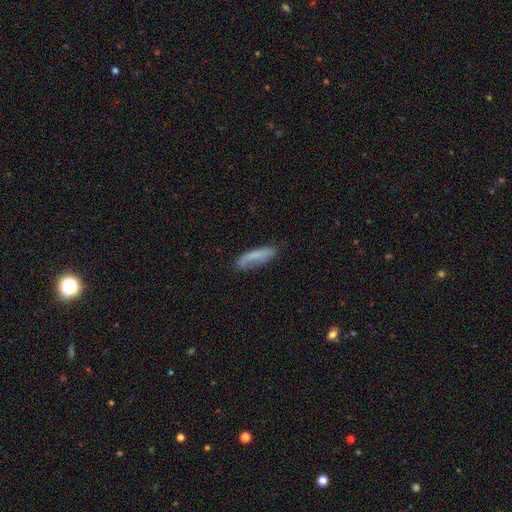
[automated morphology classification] type=smooth (68%); roundness=cigar-shaped (66%); merging=none (65%).